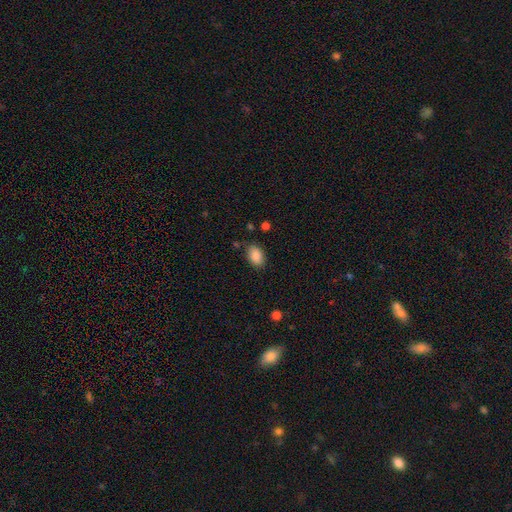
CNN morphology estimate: Smooth or featured: smooth — 88% (star or artifact — 7%)
How rounded: in between — 87% (round — 11%)
Merging: none — 82% (minor disturbance — 13%)